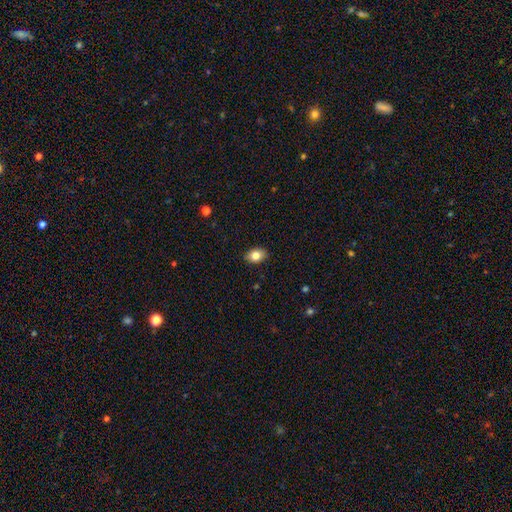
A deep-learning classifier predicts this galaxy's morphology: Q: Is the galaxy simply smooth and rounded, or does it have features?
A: smooth — 82%.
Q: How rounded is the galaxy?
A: in between — 78%.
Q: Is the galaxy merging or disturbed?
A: none — 89%.